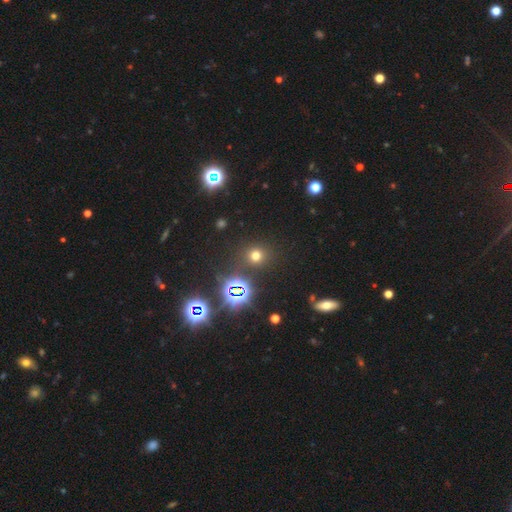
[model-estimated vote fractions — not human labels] Smooth or featured?
  - smooth: 59% *
  - star or artifact: 34%
  - featured or disk: 7%
How rounded?
  - round: 88% *
  - in between: 11%
  - cigar-shaped: 1%
Merging?
  - none: 86% *
  - minor disturbance: 7%
  - major disturbance: 3%
  - merger: 3%